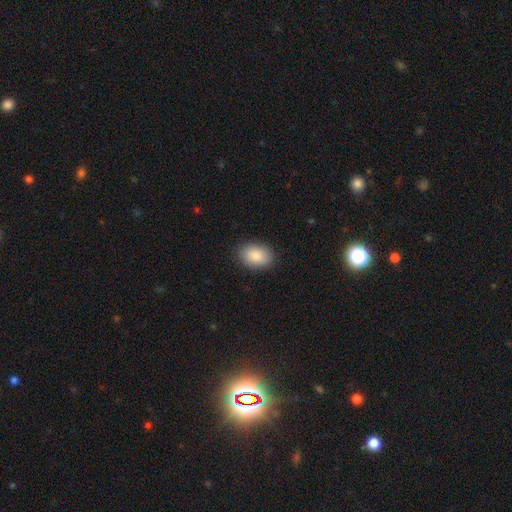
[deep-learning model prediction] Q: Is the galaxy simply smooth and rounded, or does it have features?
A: smooth — 87%.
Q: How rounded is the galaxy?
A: in between — 81%.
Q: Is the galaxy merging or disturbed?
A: none — 88%.